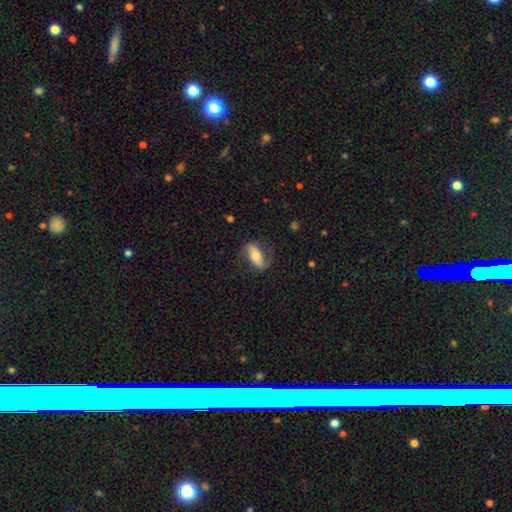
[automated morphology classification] The model was most divided on "bar": strong: 50%, no: 29%, weak: 22%. More confident: edge-on disk — no (83%); spiral arms — yes (81%); merging — none (72%); bulge size — moderate (61%); smooth or featured — featured or disk (60%).